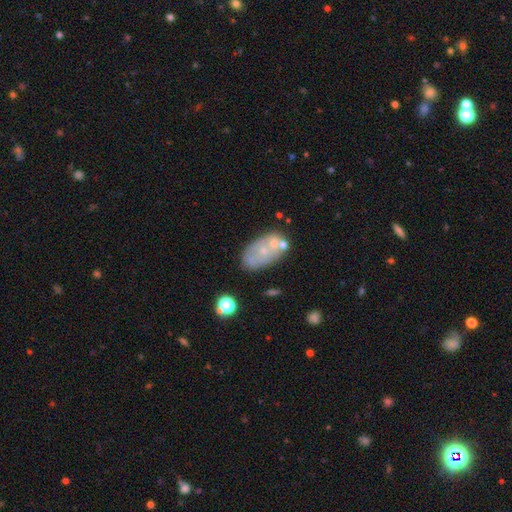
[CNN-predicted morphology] featured or disk 49%, smooth 41%, star or artifact 10%. Down the decision tree: merging — none (59%).